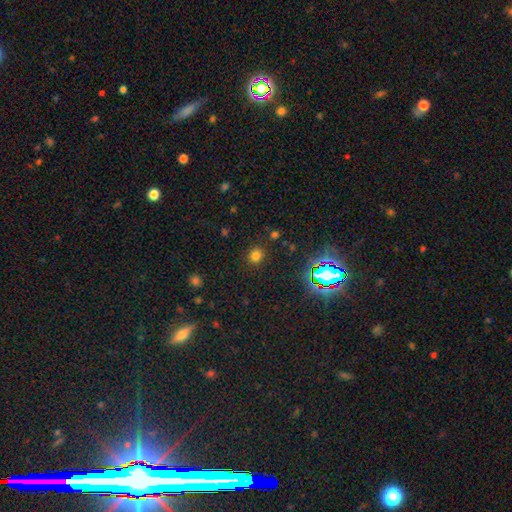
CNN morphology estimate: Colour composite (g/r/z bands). It shows a smooth galaxy with no disk features (74%) that is round (84%). Merging: none (88%).